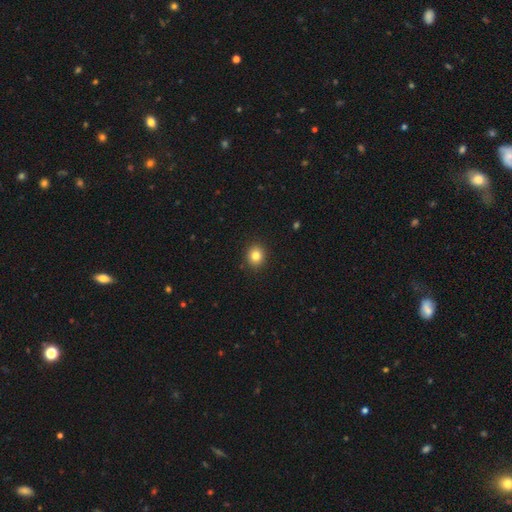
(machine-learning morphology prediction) This appears to be a smooth galaxy with no disk features (82%) that is round (81%). Merging: none (91%).